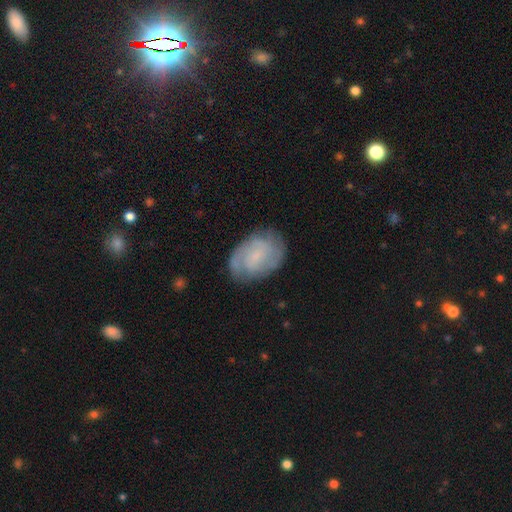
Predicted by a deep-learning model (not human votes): Morphology: type=featured or disk (59%); edge-on=no (97%); bar=no (49%); spiral arms=yes (86%); bulge=small (59%); merging=none (74%).